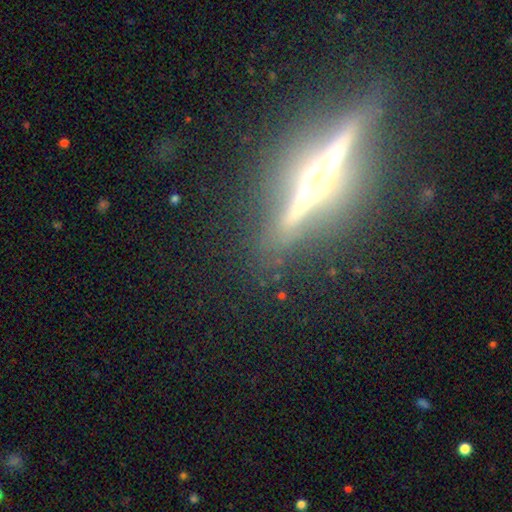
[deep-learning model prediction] The model was most divided on "edge-on bulge": rounded: 70%, none: 17%, boxy: 13%. More confident: edge-on disk — yes (97%); merging — none (86%); smooth or featured — featured or disk (83%).